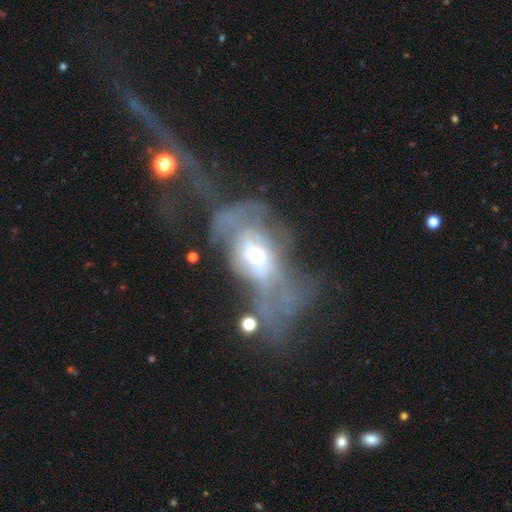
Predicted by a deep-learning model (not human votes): This appears to be a featured or disk galaxy (62%) with no bar (73%), no spiral arms (69%) and a moderate central bulge (62%). Merging: major disturbance (61%).